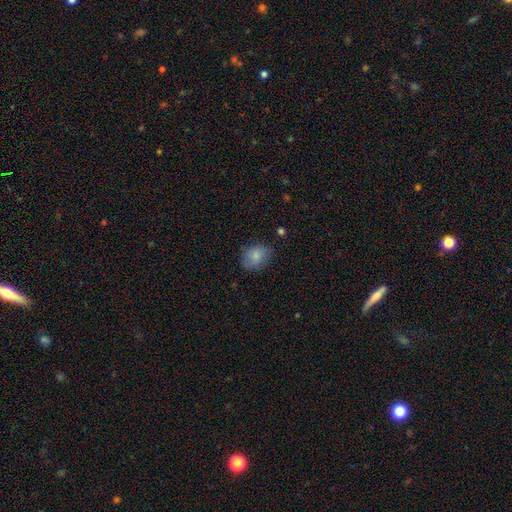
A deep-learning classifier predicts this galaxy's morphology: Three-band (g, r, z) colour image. It shows a smooth galaxy with no disk features (82%) that is in between round and cigar-shaped (59%). Merging: none (75%).